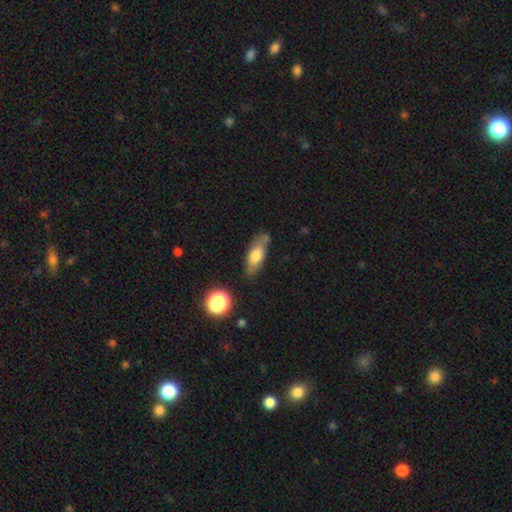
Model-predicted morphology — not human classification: A smooth galaxy with no disk features (67%) that is in between round and cigar-shaped (65%).

Vote fractions:
- Smooth or featured? smooth: 67% / featured or disk: 25% / star or artifact: 8%
- How rounded? in between: 65% / cigar-shaped: 30% / round: 5%
- Merging? none: 66% / minor disturbance: 21% / merger: 7% / major disturbance: 5%